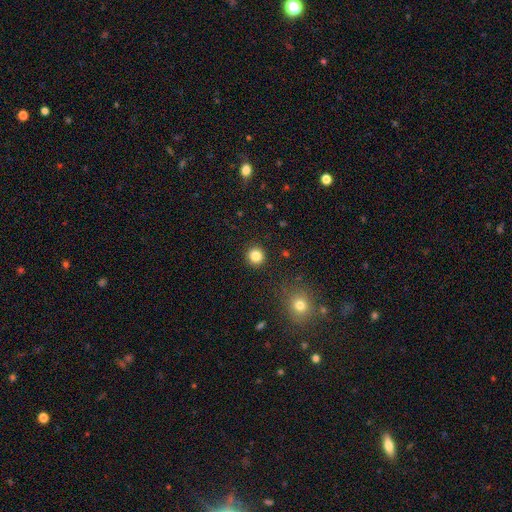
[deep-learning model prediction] A smooth galaxy with no disk features (84%) that is round (93%).

Vote fractions:
- Smooth or featured? smooth: 84% / star or artifact: 12% / featured or disk: 4%
- How rounded? round: 93% / in between: 6% / cigar-shaped: 1%
- Merging? none: 91% / minor disturbance: 5% / major disturbance: 2% / merger: 1%